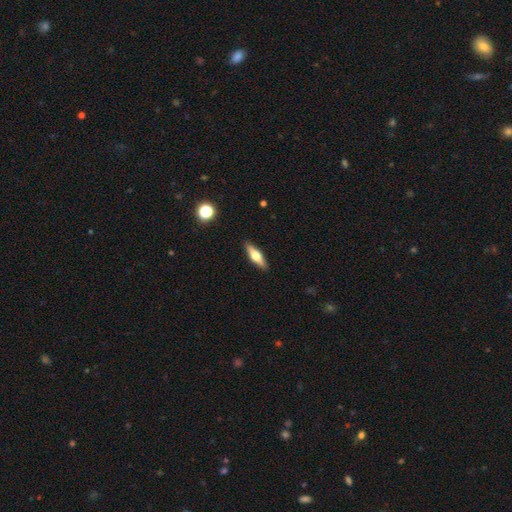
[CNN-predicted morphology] A featured or disk galaxy (48%).

Vote fractions:
- Smooth or featured? featured or disk: 48% / smooth: 46% / star or artifact: 7%
- Merging? none: 90% / minor disturbance: 7% / major disturbance: 2% / merger: 1%